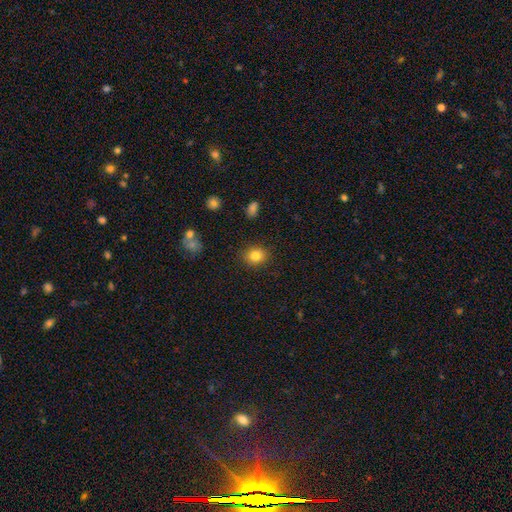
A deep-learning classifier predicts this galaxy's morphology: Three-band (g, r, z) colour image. It shows a smooth galaxy with no disk features (82%) that is round (67%). Merging: none (88%).